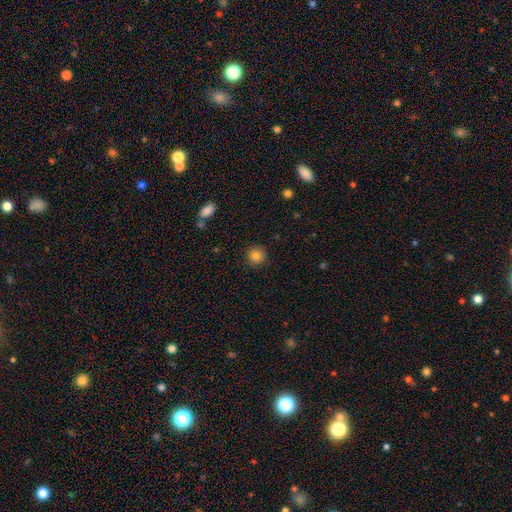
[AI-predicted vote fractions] Morphology: type=smooth (83%); roundness=round (93%); merging=none (89%).